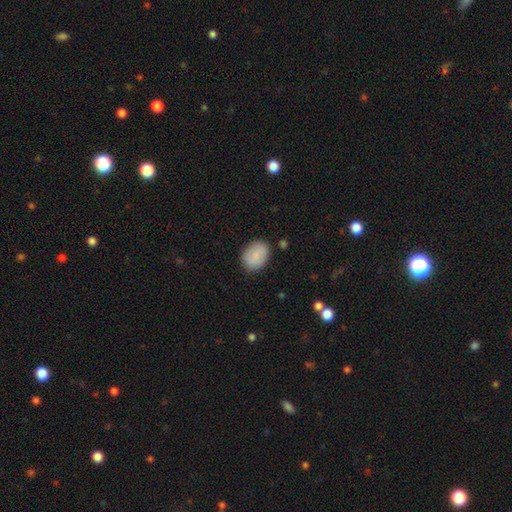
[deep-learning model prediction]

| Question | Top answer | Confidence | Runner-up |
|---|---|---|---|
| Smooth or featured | smooth | 85% | featured or disk (9%) |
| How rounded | in between | 70% | round (29%) |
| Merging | none | 81% | minor disturbance (13%) |